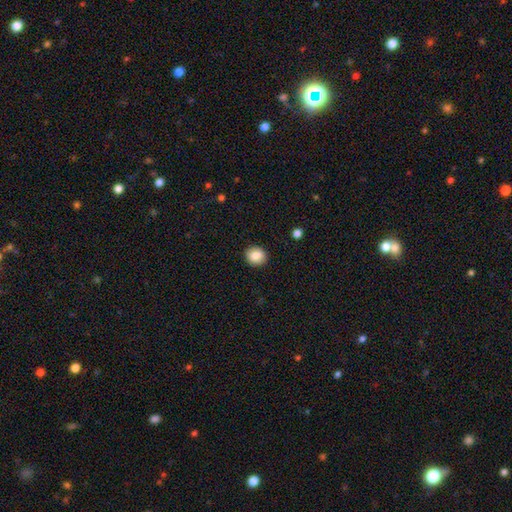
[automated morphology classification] smooth_or_featured: smooth (p=0.86) [alt: star or artifact p=0.09]
how_rounded: round (p=0.81) [alt: in between p=0.19]
merging: none (p=0.91) [alt: minor disturbance p=0.06]